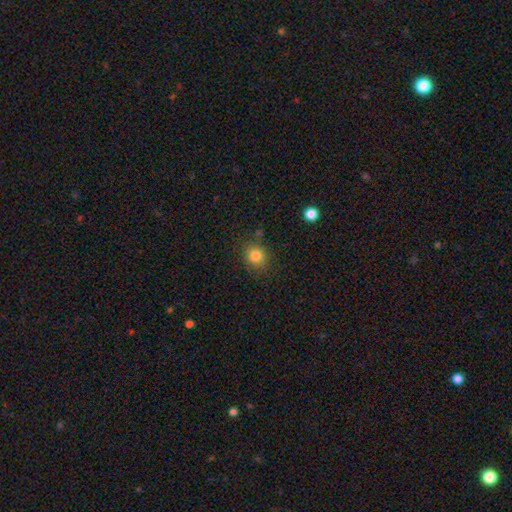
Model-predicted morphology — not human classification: smooth_or_featured: smooth (p=0.82) [alt: star or artifact p=0.11]
how_rounded: round (p=0.82) [alt: in between p=0.17]
merging: none (p=0.81) [alt: minor disturbance p=0.12]